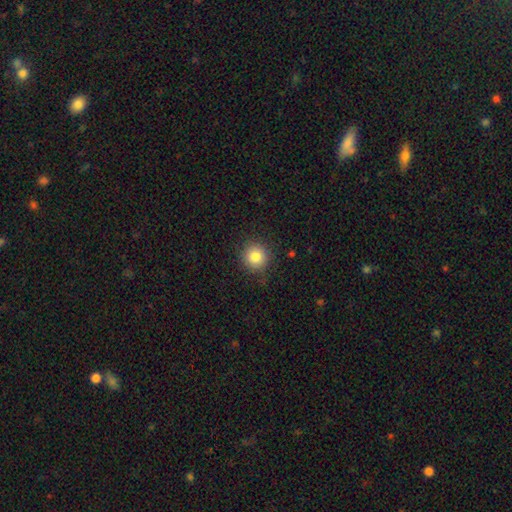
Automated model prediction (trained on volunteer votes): smooth-or-featured: smooth: 83% | star or artifact: 10% | featured or disk: 7%
  how-rounded: round: 93% | in between: 6% | cigar-shaped: 1%
  merging: none: 86% | minor disturbance: 10% | major disturbance: 3% | merger: 1%